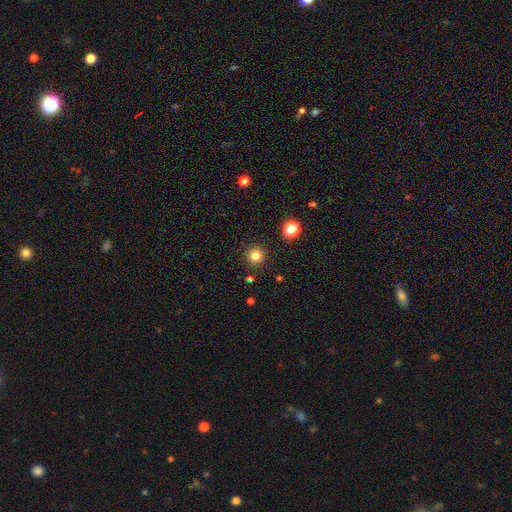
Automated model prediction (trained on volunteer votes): This appears to be a smooth galaxy with no disk features (81%) that is round (95%). Merging: none (91%).